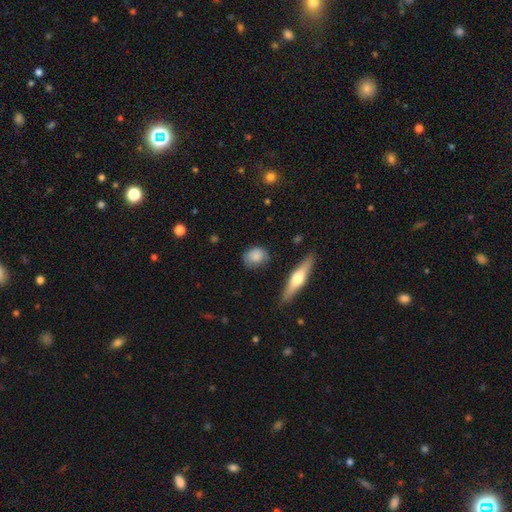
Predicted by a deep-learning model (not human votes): This is likely a smooth galaxy (79%). How rounded: possibly round (51%). Merging: likely none (71%).